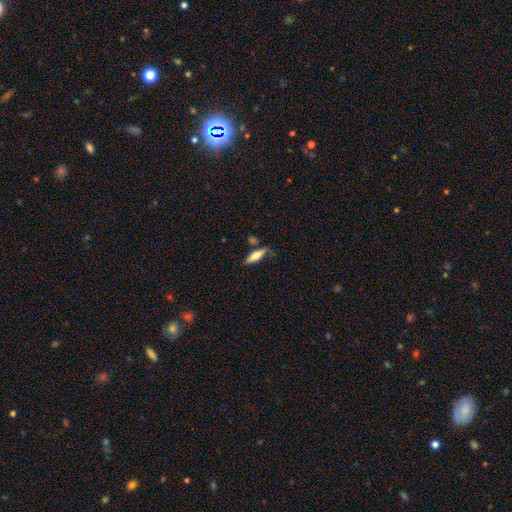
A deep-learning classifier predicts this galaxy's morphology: smooth 59%, featured or disk 34%, star or artifact 7%. Down the decision tree: how rounded — cigar-shaped (59%); merging — none (62%).